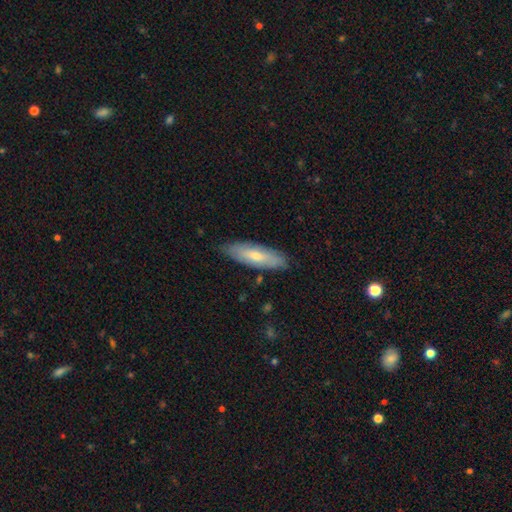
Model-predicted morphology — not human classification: smooth-or-featured: smooth: 61% | featured or disk: 33% | star or artifact: 6%
  how-rounded: cigar-shaped: 51% | in between: 47% | round: 2%
  merging: none: 83% | minor disturbance: 14% | major disturbance: 2% | merger: 1%